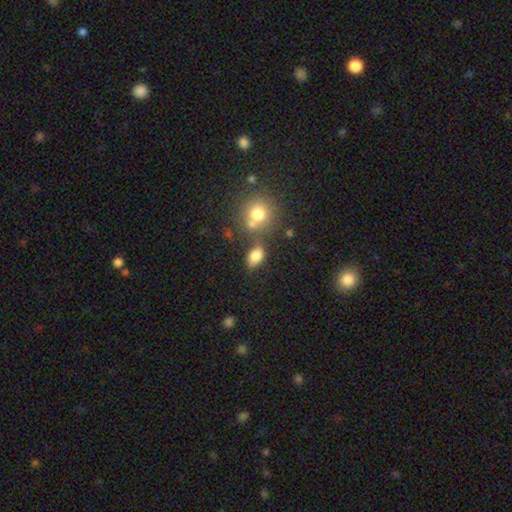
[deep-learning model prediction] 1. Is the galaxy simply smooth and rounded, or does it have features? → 81% smooth, 12% star or artifact, 8% featured or disk.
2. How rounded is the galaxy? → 83% in between, 14% round, 2% cigar-shaped.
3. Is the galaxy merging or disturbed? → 58% none, 20% minor disturbance, 14% merger, 8% major disturbance.